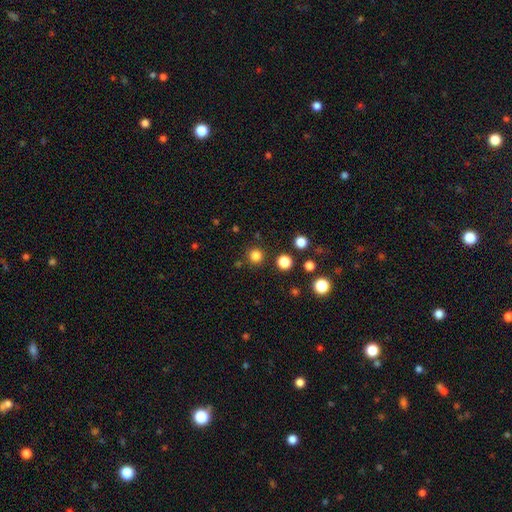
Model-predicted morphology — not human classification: Smooth or featured?
  - smooth: 82% *
  - star or artifact: 15%
  - featured or disk: 3%
How rounded?
  - round: 95% *
  - in between: 4%
  - cigar-shaped: 1%
Merging?
  - none: 89% *
  - minor disturbance: 6%
  - merger: 3%
  - major disturbance: 2%